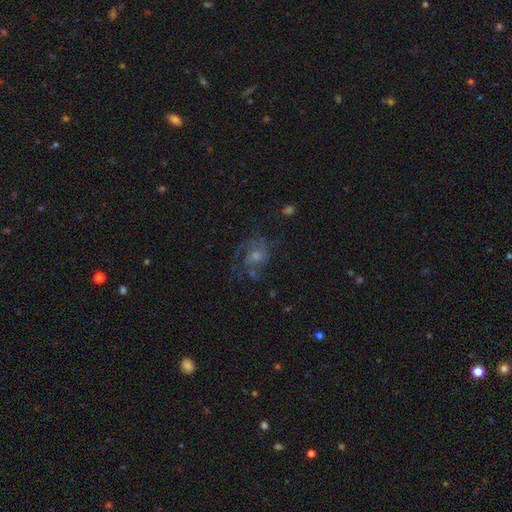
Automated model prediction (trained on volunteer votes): Q: Smooth or featured?
A: featured or disk (69%); runner-up: star or artifact (16%)
Q: Edge-on disk?
A: no (97%); runner-up: yes (3%)
Q: Bar?
A: no (68%); runner-up: weak (27%)
Q: Spiral arms?
A: yes (88%); runner-up: no (12%)
Q: Spiral winding?
A: medium (48%); runner-up: tight (30%)
Q: Spiral arm count?
A: 2 (32%); runner-up: can't tell (29%)
Q: Bulge size?
A: small (43%); tied with: moderate (43%)
Q: Merging?
A: none (60%); runner-up: major disturbance (20%)